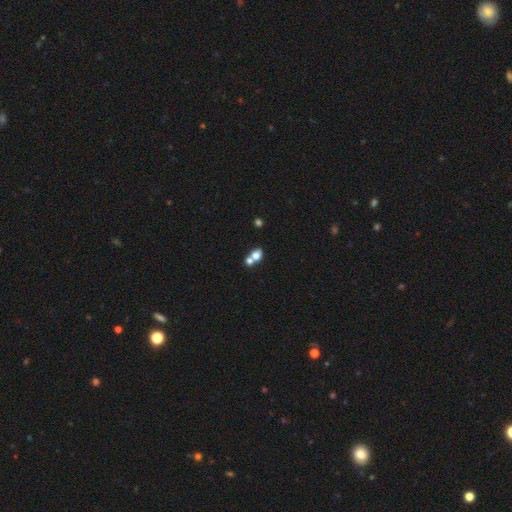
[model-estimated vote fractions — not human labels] Overall: smooth (75%). How rounded: in between (53%; round 46%). Merging: merger (52%; none 36%).